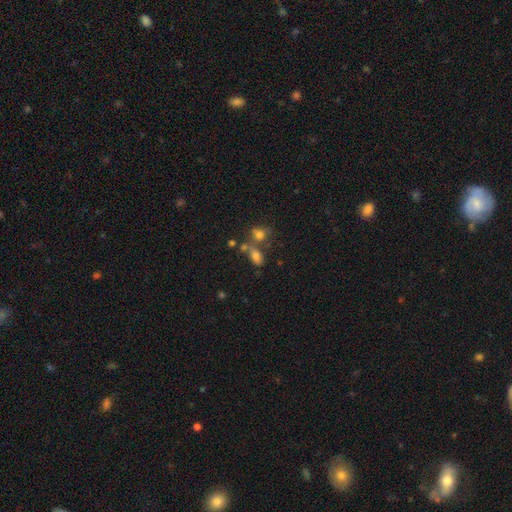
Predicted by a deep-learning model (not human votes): Morphology: type=smooth (68%); roundness=in between (80%); merging=merger (39%, tied with none).